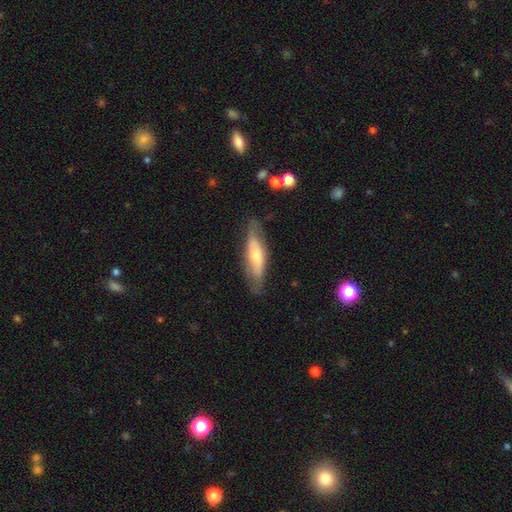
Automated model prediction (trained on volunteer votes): Overall: featured or disk (49%; smooth 44%). Merging: none (77%).